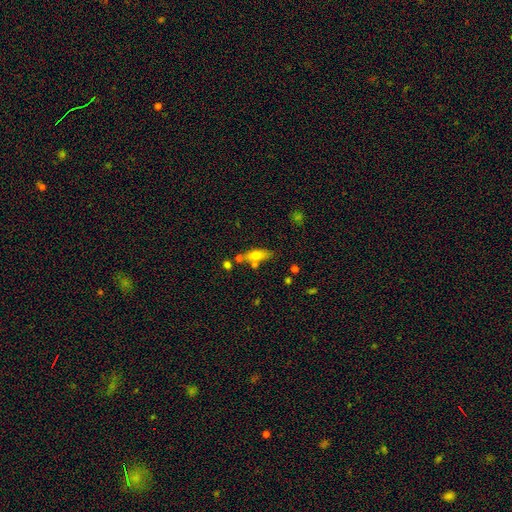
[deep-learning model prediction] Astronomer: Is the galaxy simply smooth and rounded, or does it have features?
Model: smooth — 67%.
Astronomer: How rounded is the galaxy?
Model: in between — 68%.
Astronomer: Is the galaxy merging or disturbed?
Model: none — 57%.